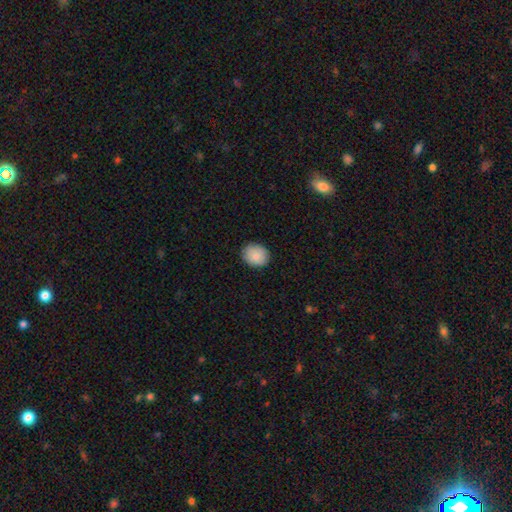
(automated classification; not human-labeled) Smooth or featured: smooth — 86% (star or artifact — 7%)
How rounded: round — 60% (in between — 39%)
Merging: none — 87% (minor disturbance — 10%)